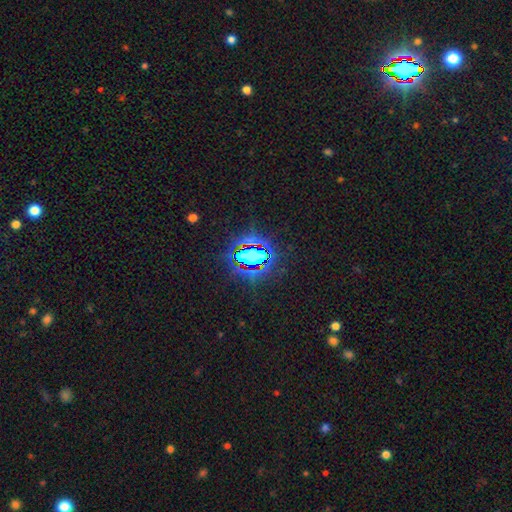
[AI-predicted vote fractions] Smooth or featured? star or artifact (71%)